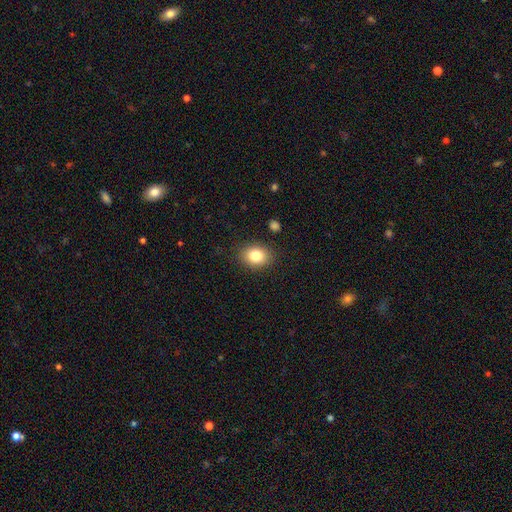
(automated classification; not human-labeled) A smooth galaxy with no disk features (82%) that is in between round and cigar-shaped (54%).

Vote fractions:
- Smooth or featured? smooth: 82% / star or artifact: 10% / featured or disk: 8%
- How rounded? in between: 54% / round: 45% / cigar-shaped: 1%
- Merging? none: 87% / minor disturbance: 9% / major disturbance: 3% / merger: 1%